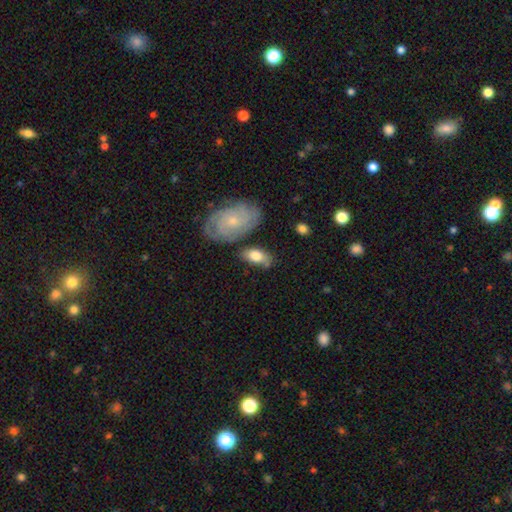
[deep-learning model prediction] The model was most divided on "smooth or featured": smooth: 63%, featured or disk: 30%, star or artifact: 6%. More confident: how rounded — in between (89%); merging — none (59%).